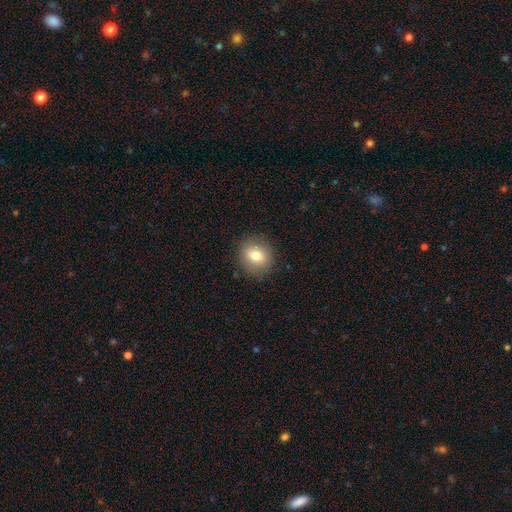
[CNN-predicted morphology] This is likely a smooth galaxy (76%). How rounded: likely round (74%). Merging: clearly none (87%).